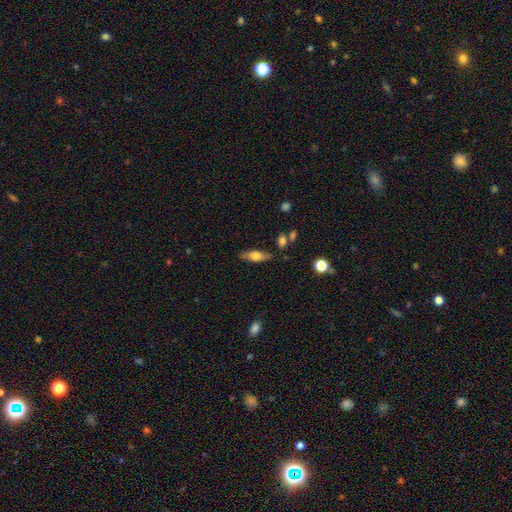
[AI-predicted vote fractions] Smooth or featured: smooth — 64% (featured or disk — 29%)
How rounded: in between — 63% (cigar-shaped — 34%)
Merging: none — 79% (minor disturbance — 14%)